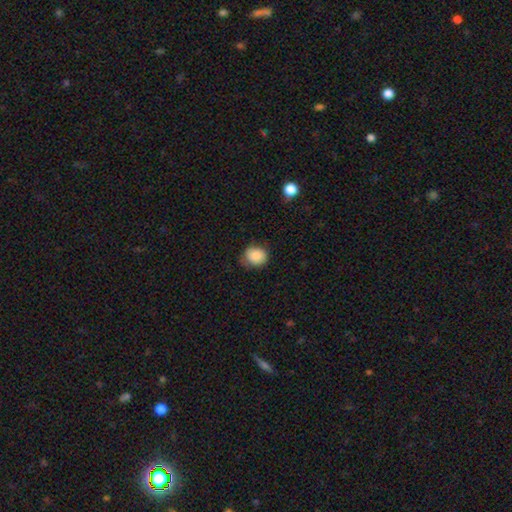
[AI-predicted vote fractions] Smooth or featured? Predicted: smooth (p=0.86). How rounded? Predicted: round (p=0.73). Merging? Predicted: none (p=0.72).